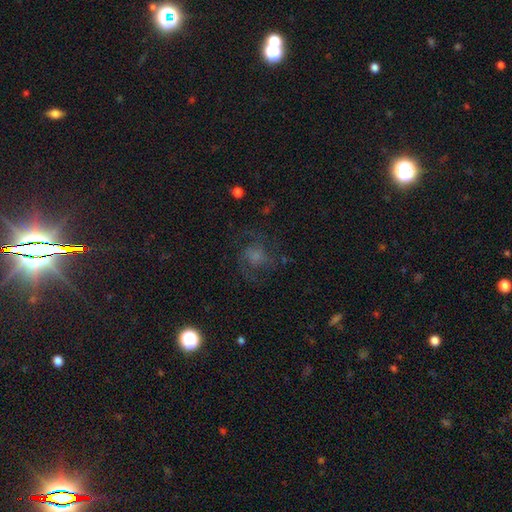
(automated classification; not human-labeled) A featured or disk galaxy (52%) with no bar (73%), spiral arms (78%) and no central bulge (30%). Merging: none (59%).